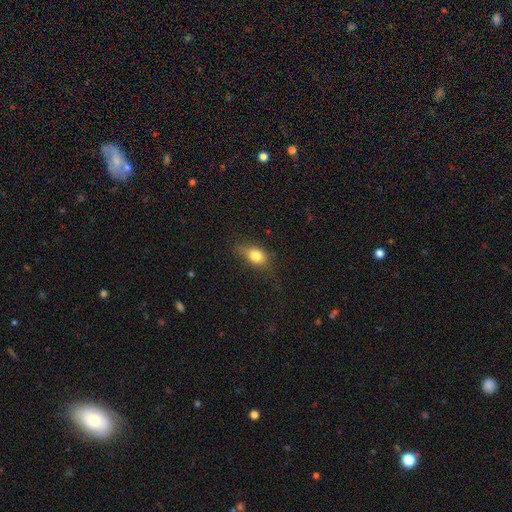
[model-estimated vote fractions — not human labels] A smooth galaxy with no disk features (80%) that is in between round and cigar-shaped (77%).

Vote fractions:
- Smooth or featured? smooth: 80% / featured or disk: 11% / star or artifact: 9%
- How rounded? in between: 77% / round: 19% / cigar-shaped: 4%
- Merging? none: 65% / minor disturbance: 25% / major disturbance: 8% / merger: 2%